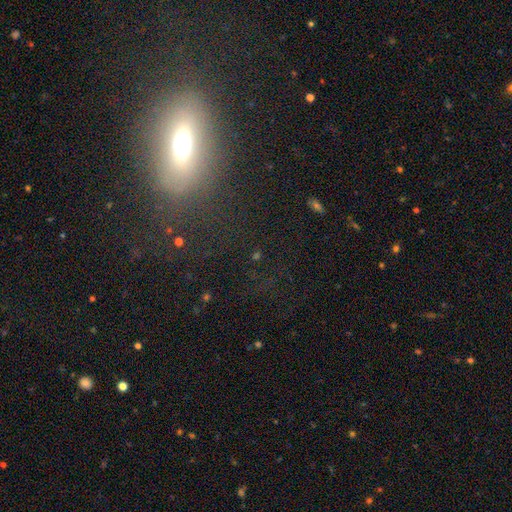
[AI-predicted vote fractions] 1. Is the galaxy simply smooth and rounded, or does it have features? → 41% smooth, 30% star or artifact, 29% featured or disk.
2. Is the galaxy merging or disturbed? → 74% none, 13% minor disturbance, 10% major disturbance, 3% merger.